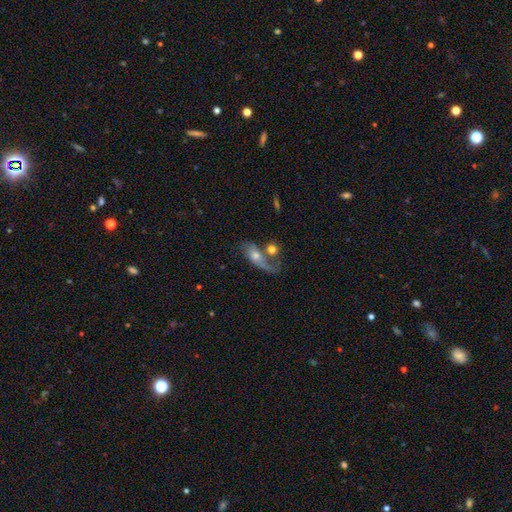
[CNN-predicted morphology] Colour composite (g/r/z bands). It shows a featured or disk galaxy (48%). Merging: merger (40%).